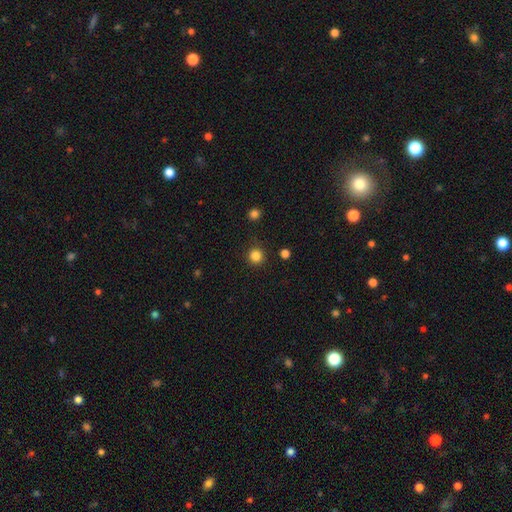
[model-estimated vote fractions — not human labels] The model was most divided on "smooth or featured": smooth: 84%, star or artifact: 13%, featured or disk: 4%. More confident: how rounded — round (93%); merging — none (88%).